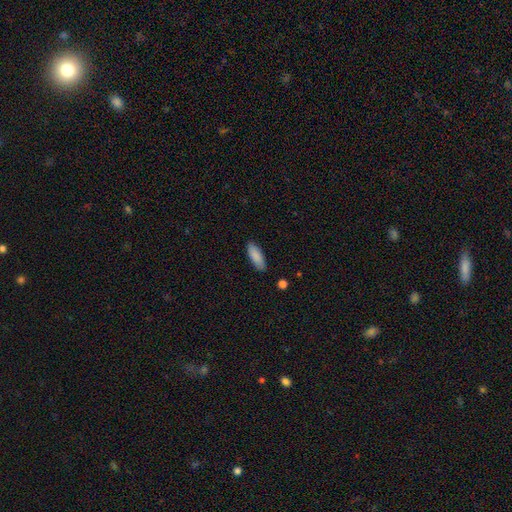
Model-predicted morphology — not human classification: Q: Smooth or featured?
A: smooth (88%); runner-up: featured or disk (6%)
Q: How rounded?
A: in between (65%); runner-up: cigar-shaped (33%)
Q: Merging?
A: none (87%); runner-up: minor disturbance (10%)